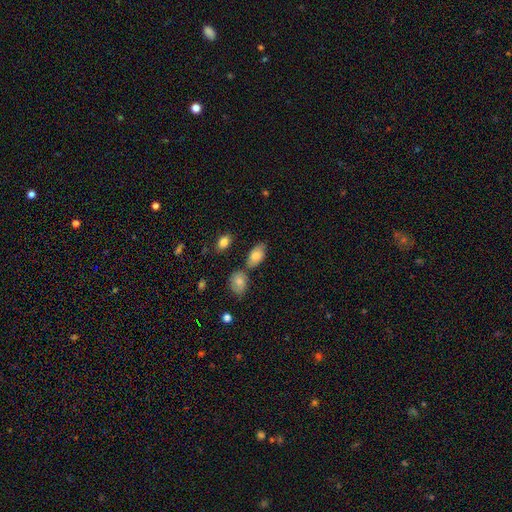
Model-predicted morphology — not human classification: A smooth galaxy with no disk features (79%) that is in between round and cigar-shaped (92%).

Vote fractions:
- Smooth or featured? smooth: 79% / featured or disk: 14% / star or artifact: 7%
- How rounded? in between: 92% / round: 5% / cigar-shaped: 2%
- Merging? none: 67% / minor disturbance: 17% / merger: 12% / major disturbance: 4%